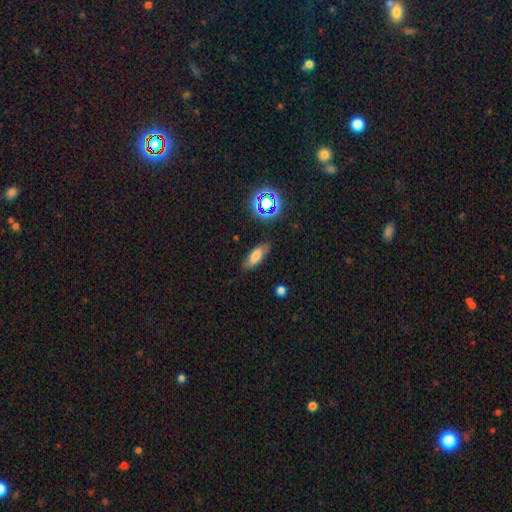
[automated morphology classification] The model was most divided on "how rounded": in between: 67%, cigar-shaped: 29%, round: 4%. More confident: merging — none (80%); smooth or featured — smooth (71%).